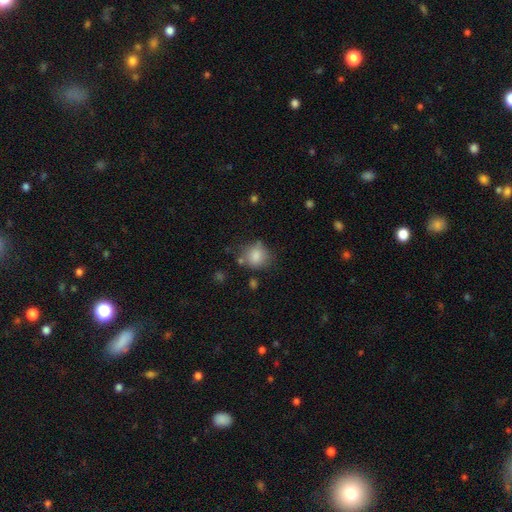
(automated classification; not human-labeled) This is clearly a smooth galaxy (82%). How rounded: likely round (72%). Merging: likely none (64%).